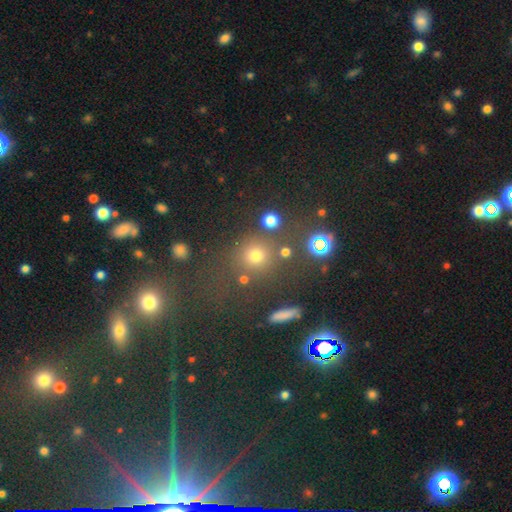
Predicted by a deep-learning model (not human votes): smooth_or_featured: smooth (p=0.68) [alt: star or artifact p=0.23]
how_rounded: round (p=0.87) [alt: in between p=0.11]
merging: none (p=0.74) [alt: minor disturbance p=0.10]